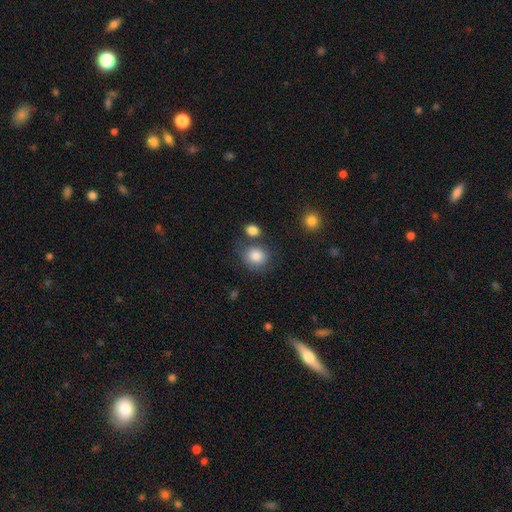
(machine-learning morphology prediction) Smooth or featured? Predicted: smooth (p=0.85). How rounded? Predicted: round (p=0.78). Merging? Predicted: none (p=0.64).